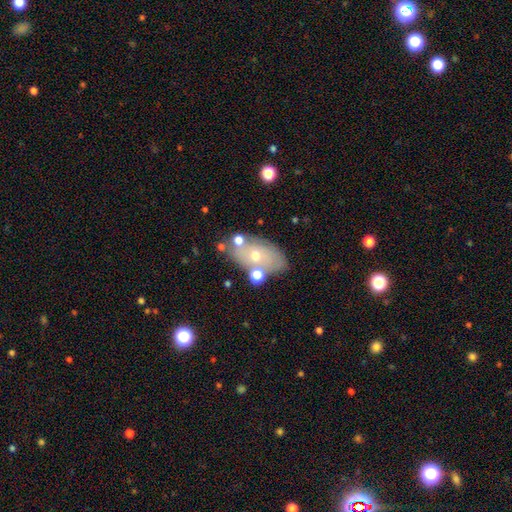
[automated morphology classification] A smooth galaxy with no disk features (45%).

Vote fractions:
- Smooth or featured? smooth: 45% / featured or disk: 44% / star or artifact: 11%
- Merging? none: 66% / minor disturbance: 16% / merger: 12% / major disturbance: 6%